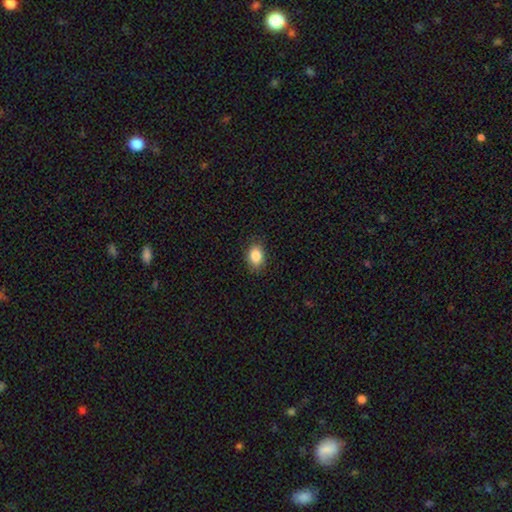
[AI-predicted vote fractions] The model was most divided on "how rounded": in between: 73%, round: 26%, cigar-shaped: 1%. More confident: merging — none (87%); smooth or featured — smooth (86%).